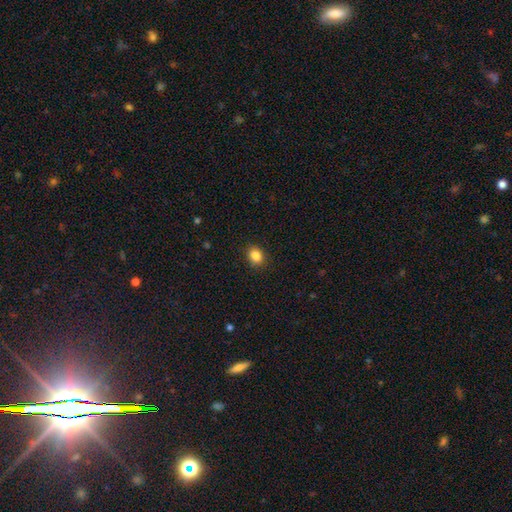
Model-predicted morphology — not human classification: Smooth or featured: smooth — 86% (star or artifact — 10%)
How rounded: round — 52% (in between — 47%)
Merging: none — 89% (minor disturbance — 8%)